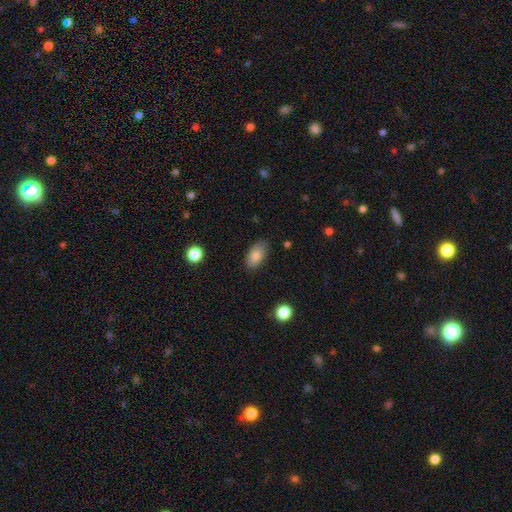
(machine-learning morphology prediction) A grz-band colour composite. It shows a smooth galaxy with no disk features (81%) that is in between round and cigar-shaped (91%). Merging: none (79%).